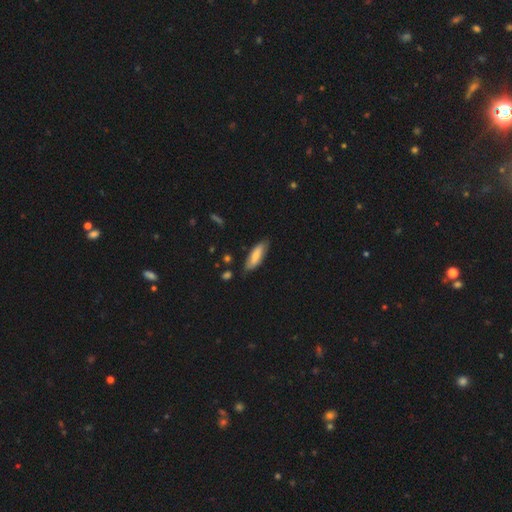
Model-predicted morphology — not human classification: type=smooth (71%); roundness=in between (58%); merging=none (75%).